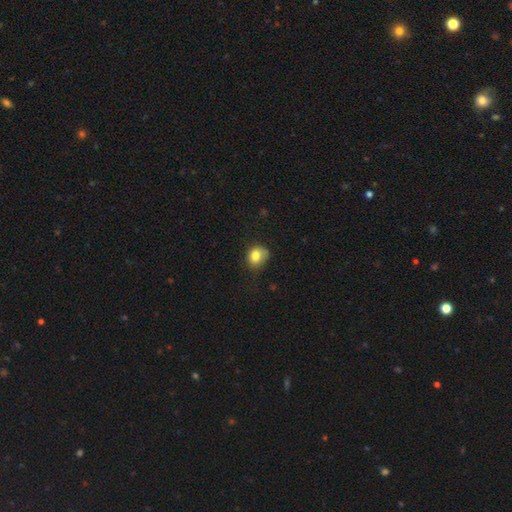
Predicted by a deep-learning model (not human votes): A smooth galaxy with no disk features (80%) that is round (58%). Merging: none (54%).